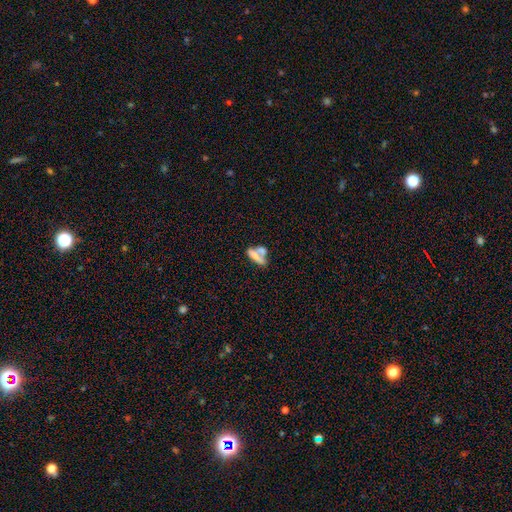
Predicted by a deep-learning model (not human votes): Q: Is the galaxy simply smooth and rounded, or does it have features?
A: smooth — 55%.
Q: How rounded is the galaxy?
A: in between — 74%.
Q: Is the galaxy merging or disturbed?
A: merger — 57%.